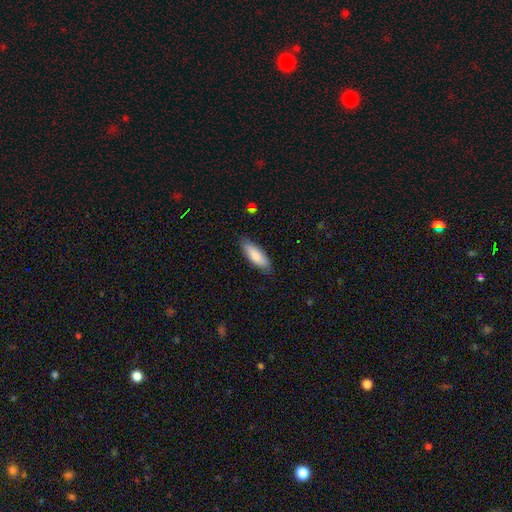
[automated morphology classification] Smooth or featured: smooth — 83% (featured or disk — 11%)
How rounded: in between — 63% (cigar-shaped — 35%)
Merging: none — 82% (minor disturbance — 14%)